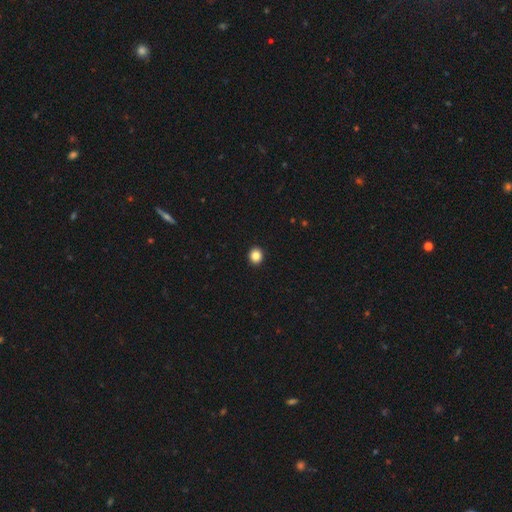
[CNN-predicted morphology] Smooth or featured? Predicted: smooth (p=0.85). How rounded? Predicted: round (p=0.81). Merging? Predicted: none (p=0.94).